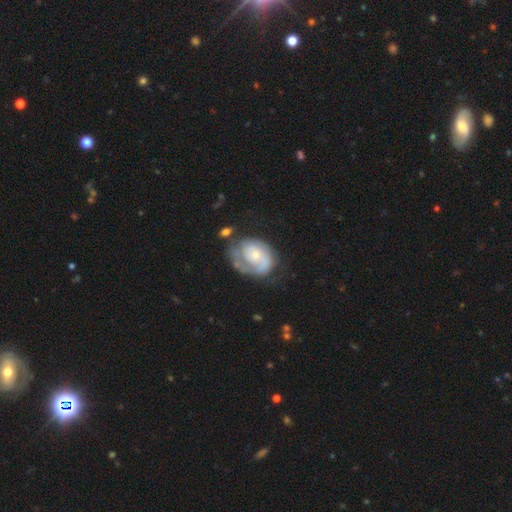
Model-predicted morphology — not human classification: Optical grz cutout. It shows a featured or disk galaxy (73%) with no bar (73%), 1 (42%) tight (54%) spiral arms (84%) and a small central bulge (52%). Merging: none (48%).